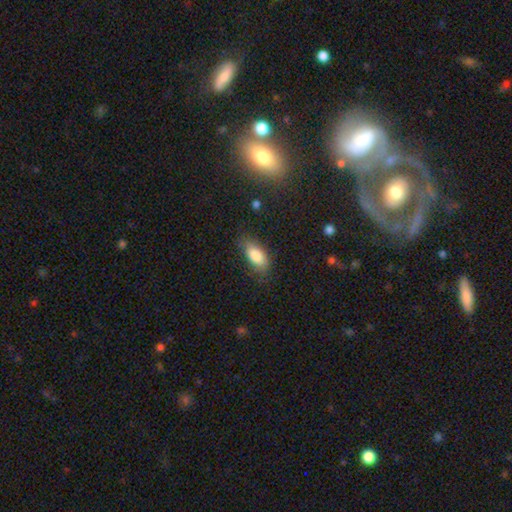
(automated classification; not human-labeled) A smooth galaxy with no disk features (84%) that is in between round and cigar-shaped (88%). Merging: none (72%).